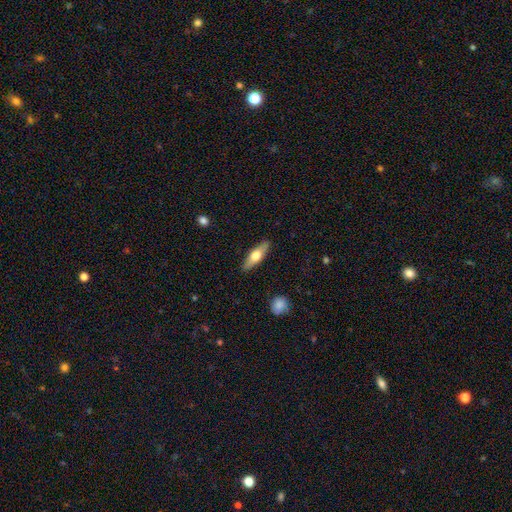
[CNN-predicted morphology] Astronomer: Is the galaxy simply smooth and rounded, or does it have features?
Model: smooth — 53% (runner-up: featured or disk, 42%).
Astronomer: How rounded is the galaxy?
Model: cigar-shaped — 54% (runner-up: in between, 43%).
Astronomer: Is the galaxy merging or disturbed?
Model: none — 89%.